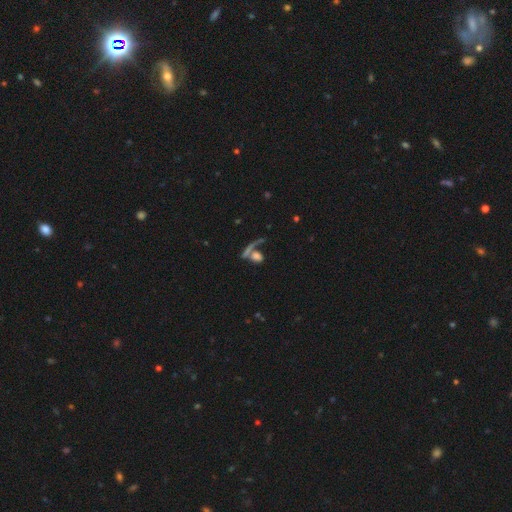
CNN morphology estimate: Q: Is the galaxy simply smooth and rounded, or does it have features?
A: smooth — 60%.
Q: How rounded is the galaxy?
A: round — 46%.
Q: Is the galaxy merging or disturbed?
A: none — 38%.